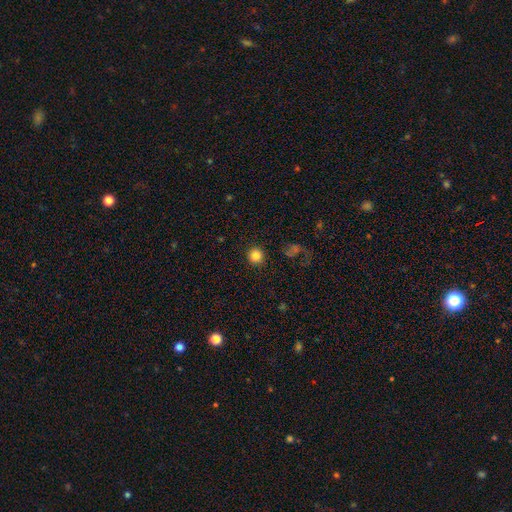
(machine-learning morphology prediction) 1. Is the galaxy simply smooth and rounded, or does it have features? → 84% smooth, 11% star or artifact, 5% featured or disk.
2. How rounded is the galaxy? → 95% round, 4% in between, 1% cigar-shaped.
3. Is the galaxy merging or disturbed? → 92% none, 5% minor disturbance, 2% major disturbance, 1% merger.